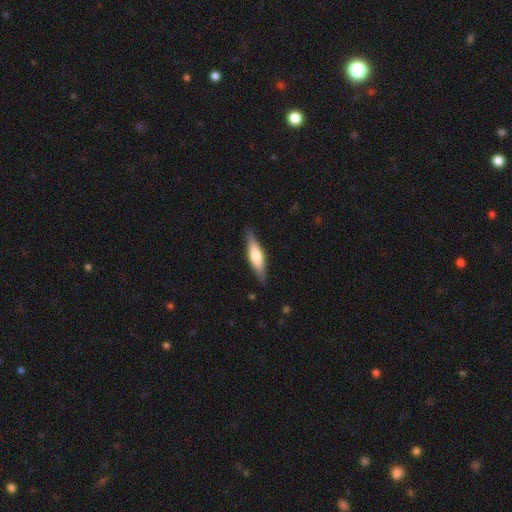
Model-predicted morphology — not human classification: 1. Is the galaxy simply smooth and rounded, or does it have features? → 53% smooth, 42% featured or disk, 5% star or artifact.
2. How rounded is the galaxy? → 72% cigar-shaped, 26% in between, 2% round.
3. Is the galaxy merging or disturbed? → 87% none, 10% minor disturbance, 2% major disturbance, 1% merger.